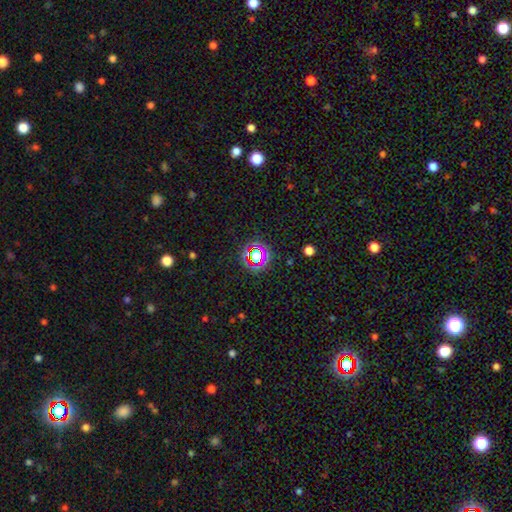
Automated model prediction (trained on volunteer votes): Morphology: type=star or artifact (64%).